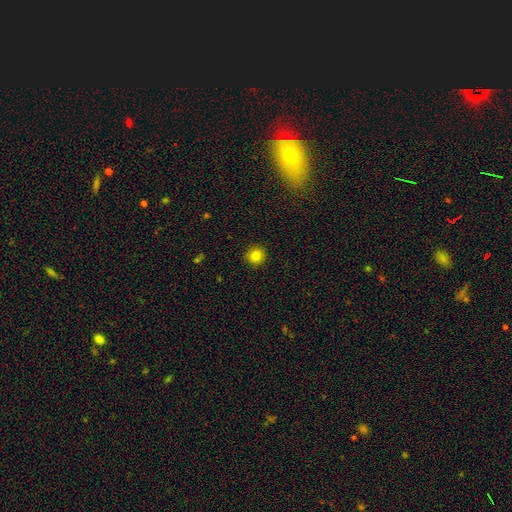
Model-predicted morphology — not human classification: Smooth or featured? Predicted: smooth (p=0.82). How rounded? Predicted: round (p=0.93). Merging? Predicted: none (p=0.92).